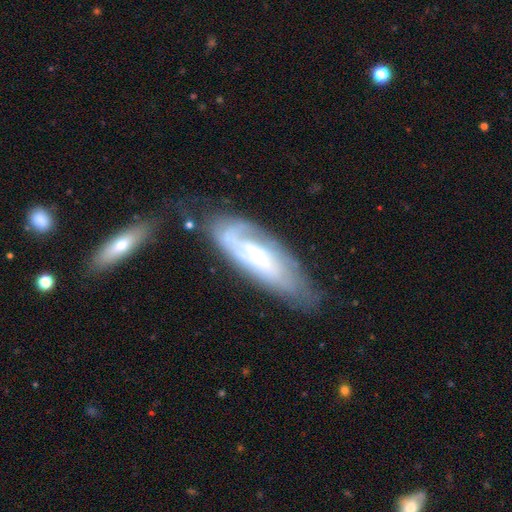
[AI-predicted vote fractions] Q: Smooth or featured?
A: featured or disk (64%); runner-up: smooth (28%)
Q: Edge-on disk?
A: no (82%); runner-up: yes (18%)
Q: Bar?
A: no (58%); runner-up: weak (29%)
Q: Spiral arms?
A: yes (81%); runner-up: no (19%)
Q: Bulge size?
A: small (40%); runner-up: moderate (24%)
Q: Merging?
A: none (49%); runner-up: minor disturbance (26%)